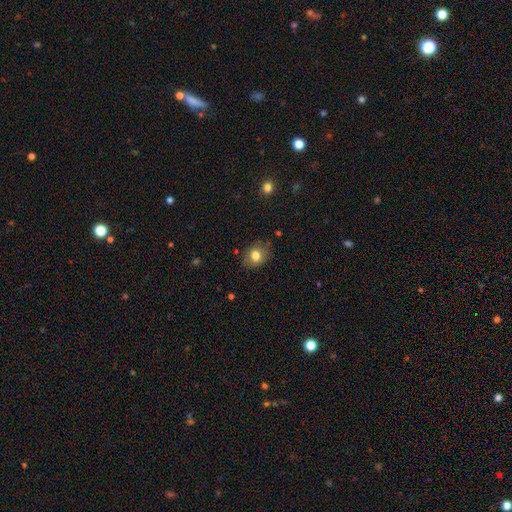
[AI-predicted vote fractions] Smooth or featured? Predicted: smooth (p=0.80). How rounded? Predicted: round (p=0.55). Merging? Predicted: none (p=0.77).